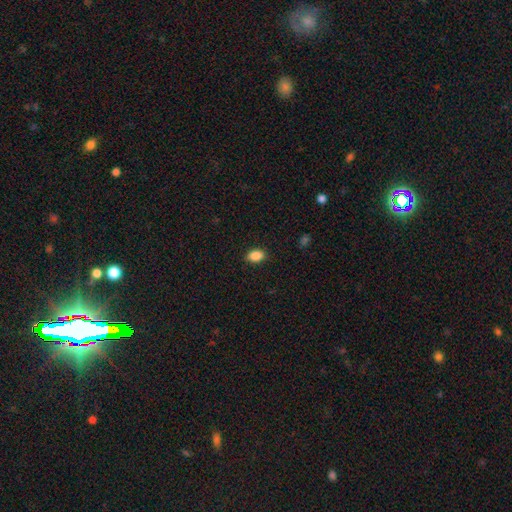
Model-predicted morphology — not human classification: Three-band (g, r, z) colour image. It shows a smooth galaxy with no disk features (88%) that is in between round and cigar-shaped (85%). Merging: none (88%).